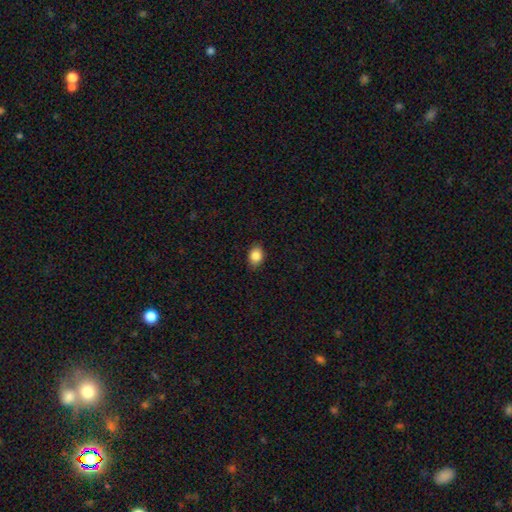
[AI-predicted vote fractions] Smooth or featured: smooth — 87% (star or artifact — 8%)
How rounded: in between — 71% (round — 28%)
Merging: none — 86% (minor disturbance — 11%)